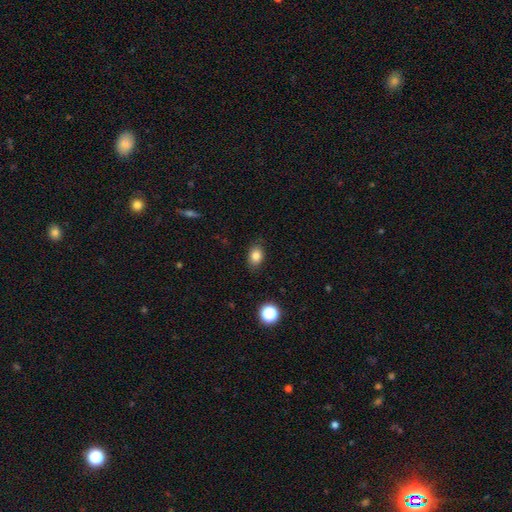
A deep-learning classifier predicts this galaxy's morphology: Q: Smooth or featured?
A: smooth (82%); runner-up: star or artifact (11%)
Q: How rounded?
A: in between (77%); runner-up: round (22%)
Q: Merging?
A: none (85%); runner-up: minor disturbance (11%)